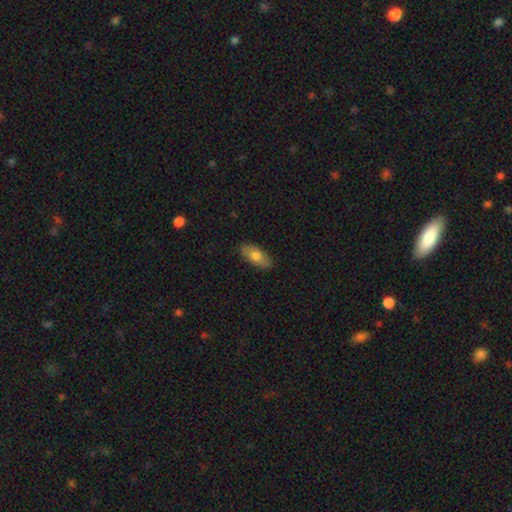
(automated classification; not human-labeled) This is likely a smooth galaxy (75%). How rounded: clearly in between (87%). Merging: clearly none (86%).